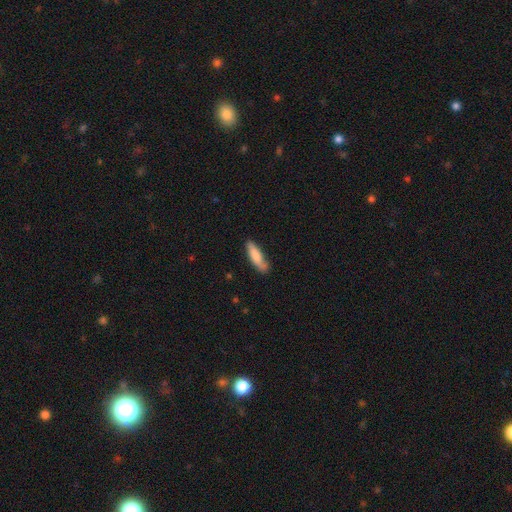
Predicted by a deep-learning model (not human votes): smooth-or-featured: smooth: 78% | featured or disk: 16% | star or artifact: 6%
  how-rounded: cigar-shaped: 62% | in between: 36% | round: 2%
  merging: none: 71% | minor disturbance: 22% | major disturbance: 4% | merger: 3%